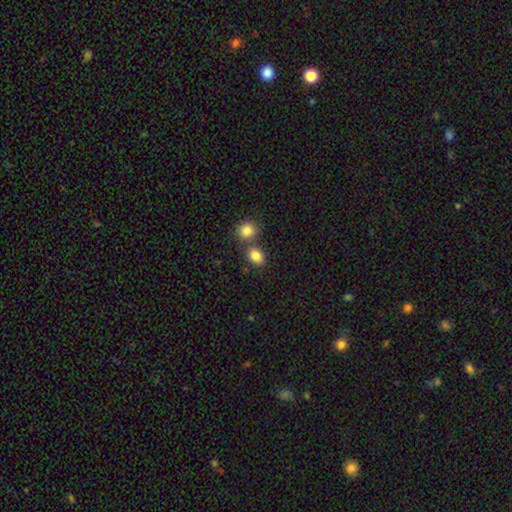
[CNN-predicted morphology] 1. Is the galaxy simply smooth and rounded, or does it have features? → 85% smooth, 10% star or artifact, 6% featured or disk.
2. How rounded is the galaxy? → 63% in between, 36% round, 1% cigar-shaped.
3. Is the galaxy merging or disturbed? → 63% none, 25% merger, 9% minor disturbance, 3% major disturbance.